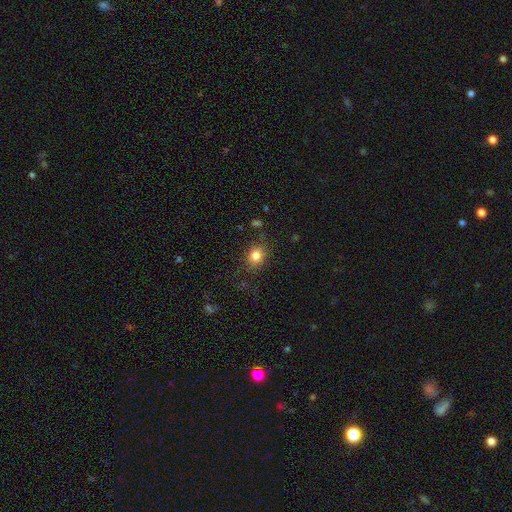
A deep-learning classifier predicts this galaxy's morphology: Smooth or featured?
  - smooth: 82% *
  - star or artifact: 11%
  - featured or disk: 7%
How rounded?
  - round: 60% *
  - in between: 39%
  - cigar-shaped: 1%
Merging?
  - none: 81% *
  - minor disturbance: 12%
  - major disturbance: 4%
  - merger: 2%